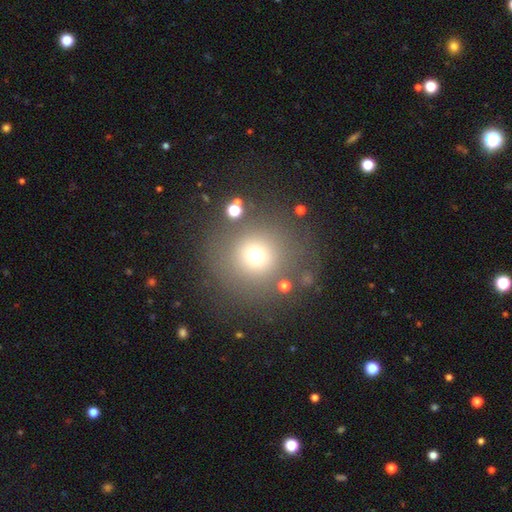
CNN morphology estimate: This appears to be a smooth galaxy with no disk features (68%) that is round (93%). Merging: none (77%).